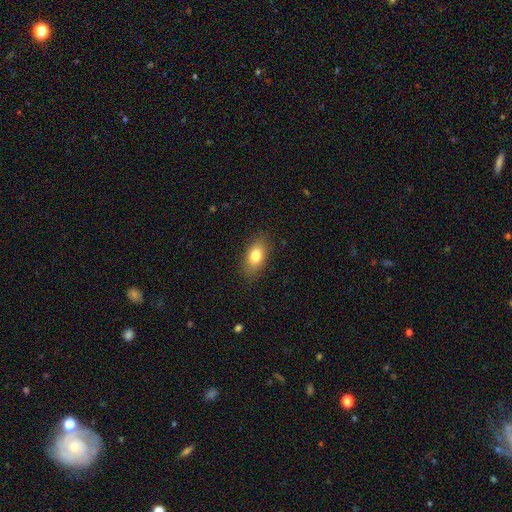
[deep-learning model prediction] Q: Smooth or featured?
A: smooth (79%); runner-up: featured or disk (12%)
Q: How rounded?
A: in between (85%); runner-up: round (10%)
Q: Merging?
A: none (86%); runner-up: minor disturbance (10%)